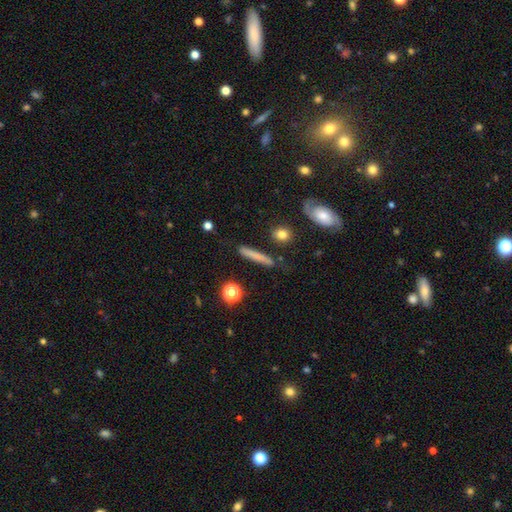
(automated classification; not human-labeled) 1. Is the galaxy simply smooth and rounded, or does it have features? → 68% smooth, 24% featured or disk, 8% star or artifact.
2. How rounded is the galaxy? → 92% cigar-shaped, 5% in between, 3% round.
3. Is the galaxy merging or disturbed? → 83% none, 11% minor disturbance, 3% major disturbance, 3% merger.